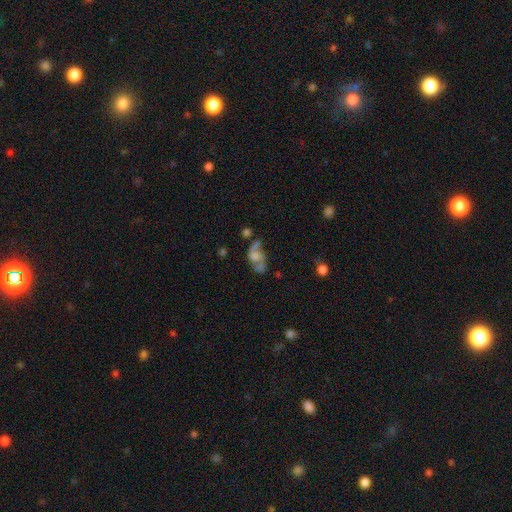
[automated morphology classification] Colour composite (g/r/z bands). It shows a featured or disk galaxy (61%) with no bar (71%), spiral arms (75%) and no central bulge (32%). Merging: none (43%).